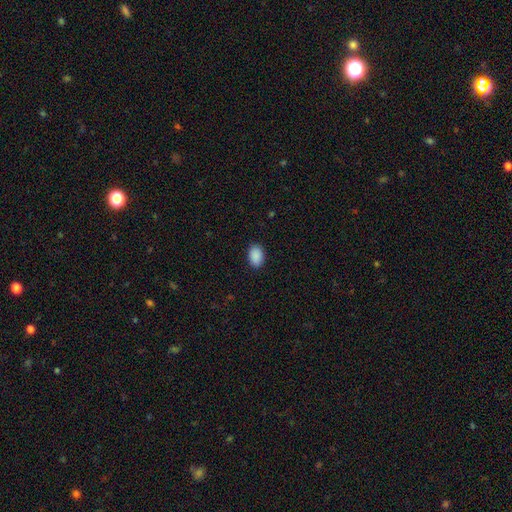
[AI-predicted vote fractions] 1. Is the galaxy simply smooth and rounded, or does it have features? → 90% smooth, 7% star or artifact, 2% featured or disk.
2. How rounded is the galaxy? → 86% in between, 13% round, 1% cigar-shaped.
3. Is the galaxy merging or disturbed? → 89% none, 8% minor disturbance, 2% major disturbance, 1% merger.